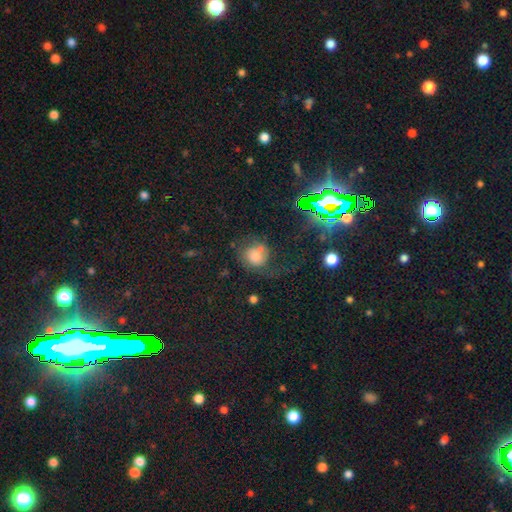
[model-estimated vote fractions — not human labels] A smooth galaxy with no disk features (64%) that is round (75%). Merging: none (38%).